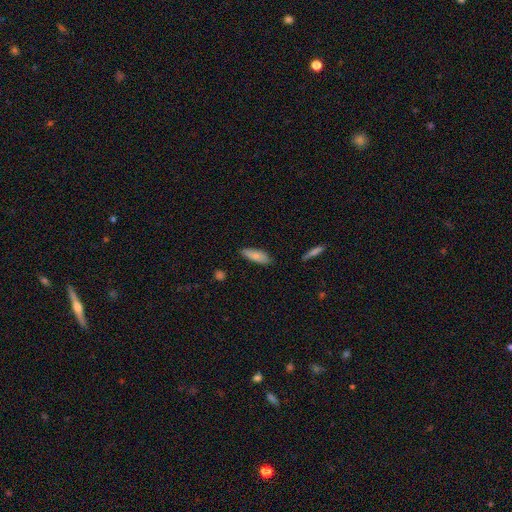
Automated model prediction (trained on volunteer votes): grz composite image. It shows a smooth galaxy with no disk features (82%) that is in between round and cigar-shaped (61%). Merging: none (81%).